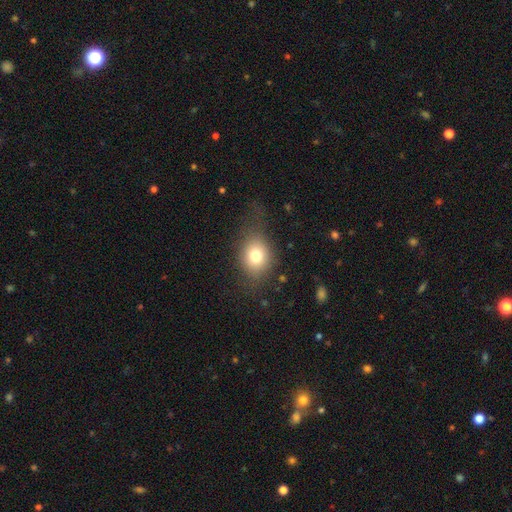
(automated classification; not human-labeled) Smooth or featured?
  - smooth: 75% *
  - featured or disk: 13%
  - star or artifact: 12%
How rounded?
  - round: 55% *
  - in between: 43%
  - cigar-shaped: 1%
Merging?
  - none: 63% *
  - minor disturbance: 21%
  - major disturbance: 14%
  - merger: 2%